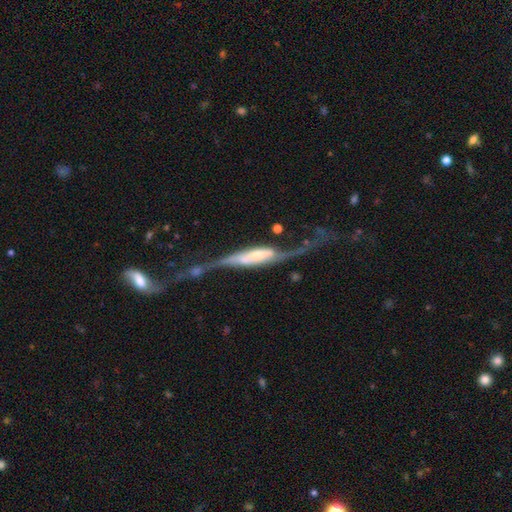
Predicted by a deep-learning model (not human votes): smooth-or-featured: featured or disk: 73% | smooth: 20% | star or artifact: 6%
  disk-edge-on: yes: 51% | no: 49%
  merging: major disturbance: 41% | none: 25% | merger: 18% | minor disturbance: 16%